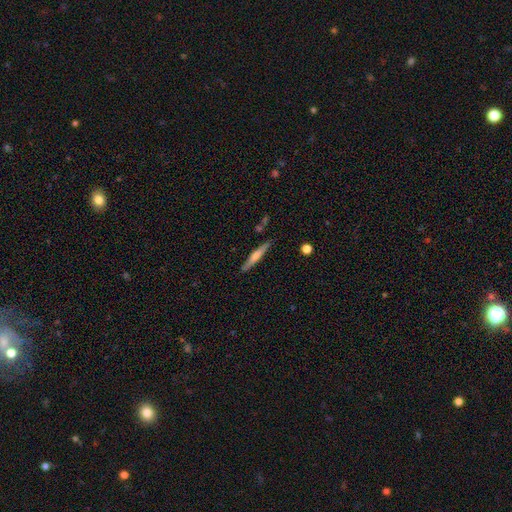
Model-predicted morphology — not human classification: Smooth or featured? Predicted: featured or disk (p=0.50). Edge-on disk? Predicted: yes (p=0.96). Merging? Predicted: none (p=0.86).